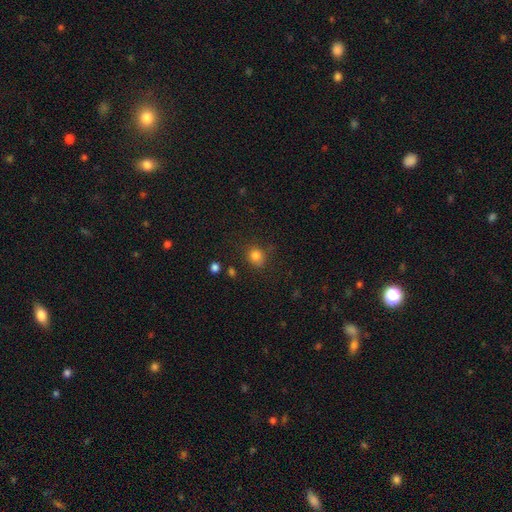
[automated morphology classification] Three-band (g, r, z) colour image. It shows a smooth galaxy with no disk features (81%) that is round (73%). Merging: none (75%).